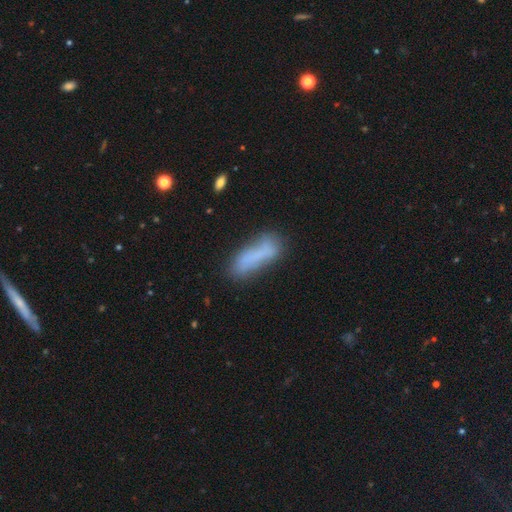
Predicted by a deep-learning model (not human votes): A smooth galaxy with no disk features (69%) that is cigar-shaped (58%).

Vote fractions:
- Smooth or featured? smooth: 69% / featured or disk: 21% / star or artifact: 10%
- How rounded? cigar-shaped: 58% / in between: 40% / round: 2%
- Merging? none: 58% / minor disturbance: 23% / merger: 10% / major disturbance: 9%